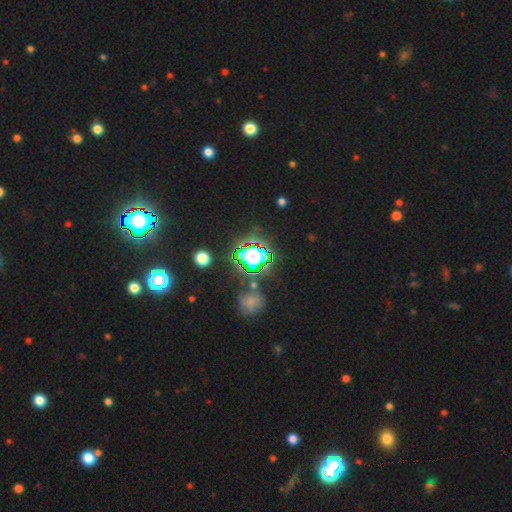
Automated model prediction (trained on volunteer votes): Smooth or featured? star or artifact (70%)